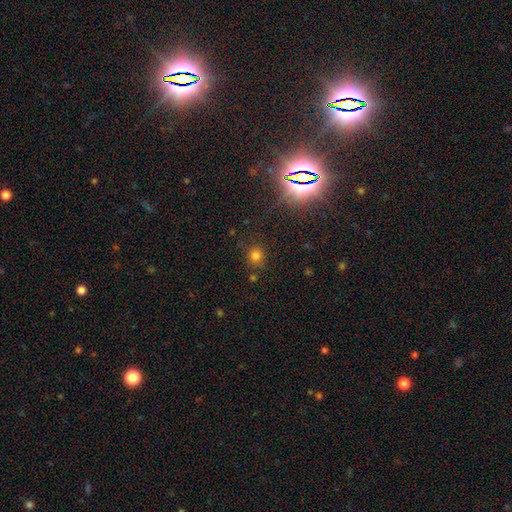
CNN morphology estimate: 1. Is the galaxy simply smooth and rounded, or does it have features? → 74% smooth, 20% star or artifact, 6% featured or disk.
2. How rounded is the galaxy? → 85% round, 14% in between, 1% cigar-shaped.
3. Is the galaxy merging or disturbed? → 80% none, 11% minor disturbance, 4% major disturbance, 4% merger.